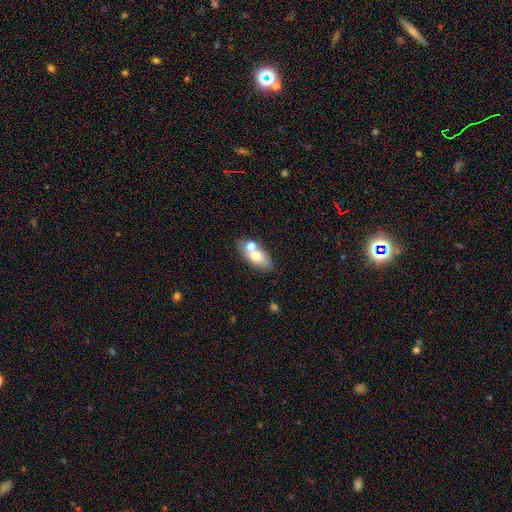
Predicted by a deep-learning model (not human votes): Smooth or featured: smooth — 64% (featured or disk — 28%)
How rounded: in between — 84% (cigar-shaped — 8%)
Merging: none — 55% (merger — 30%)